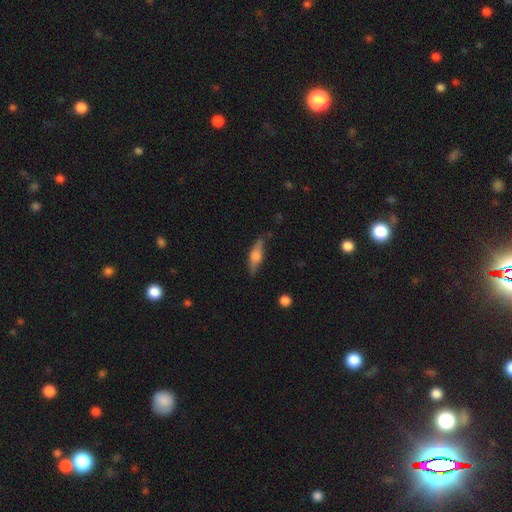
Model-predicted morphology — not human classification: featured or disk 48%, smooth 46%, star or artifact 7%. Down the decision tree: merging — none (79%).